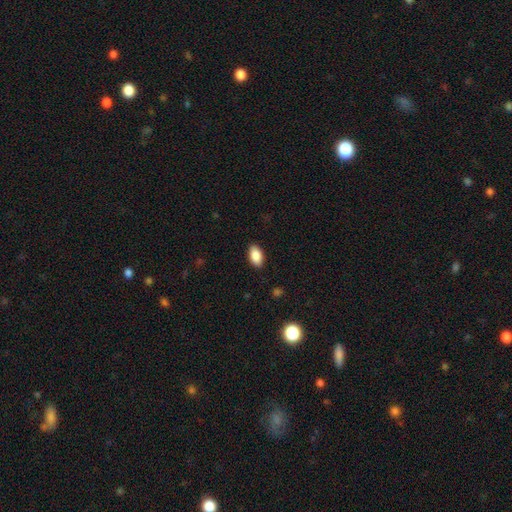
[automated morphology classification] smooth 88%, star or artifact 7%, featured or disk 5%. Down the decision tree: how rounded — in between (93%); merging — none (88%).